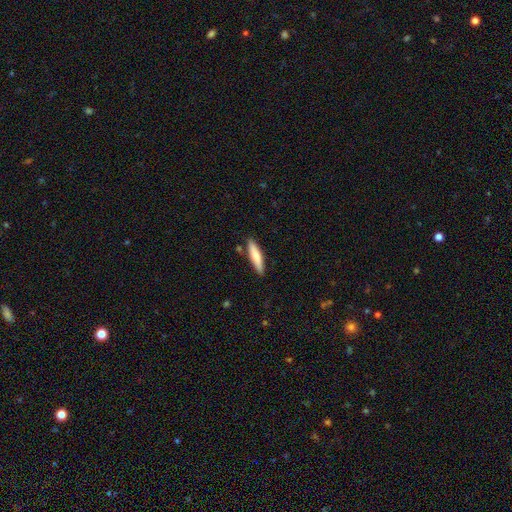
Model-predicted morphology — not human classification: Smooth or featured? smooth (73%)
How rounded? cigar-shaped (81%)
Merging? none (84%)